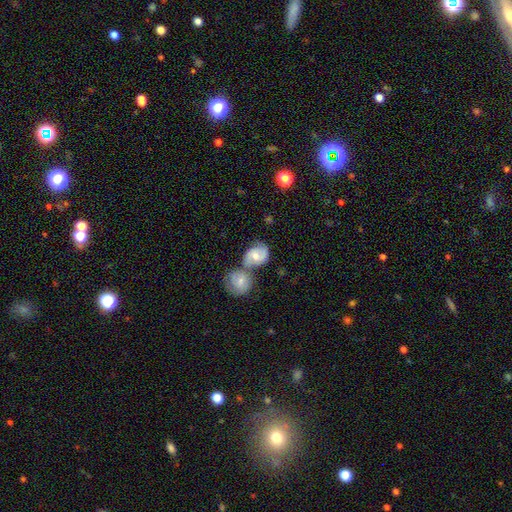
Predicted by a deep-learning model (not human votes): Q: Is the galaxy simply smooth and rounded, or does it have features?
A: featured or disk — 47%.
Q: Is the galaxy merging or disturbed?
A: merger — 56%.